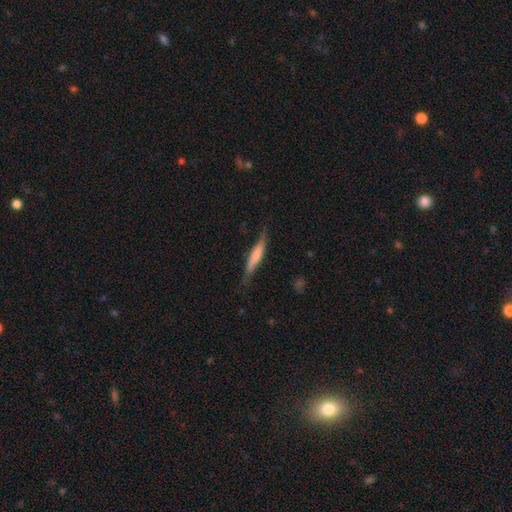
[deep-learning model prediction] Smooth or featured? Predicted: smooth (p=0.59). How rounded? Predicted: cigar-shaped (p=0.89). Merging? Predicted: none (p=0.67).